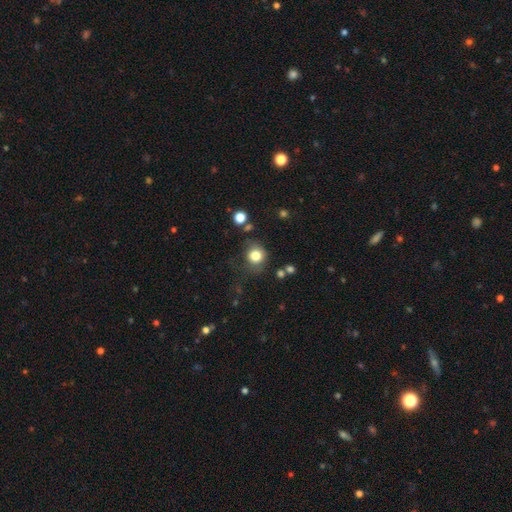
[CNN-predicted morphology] This appears to be a smooth galaxy with no disk features (81%) that is round (84%). Merging: none (67%).